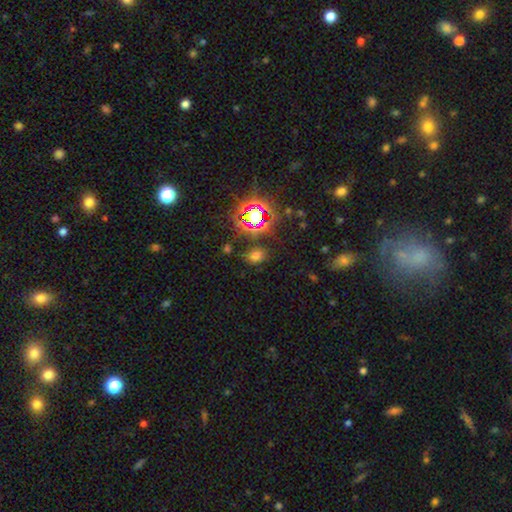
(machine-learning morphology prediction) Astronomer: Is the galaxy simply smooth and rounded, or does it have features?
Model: smooth — 56% (runner-up: star or artifact, 36%).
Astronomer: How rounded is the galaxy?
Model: in between — 58% (runner-up: round, 40%).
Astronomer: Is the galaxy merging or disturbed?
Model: none — 76%.